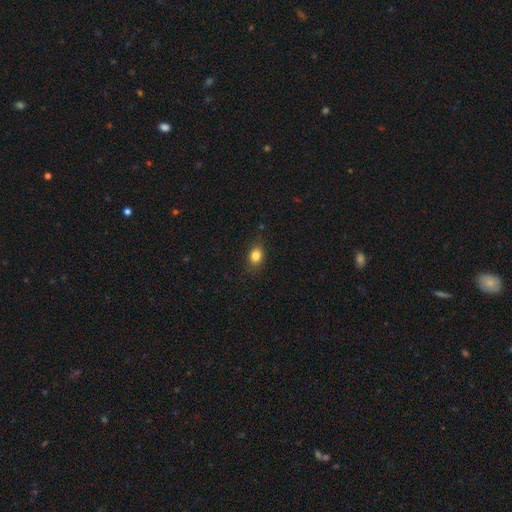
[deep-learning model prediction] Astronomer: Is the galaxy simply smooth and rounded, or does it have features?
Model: smooth — 82%.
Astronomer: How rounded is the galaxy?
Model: in between — 62%.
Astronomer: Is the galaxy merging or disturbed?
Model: none — 81%.